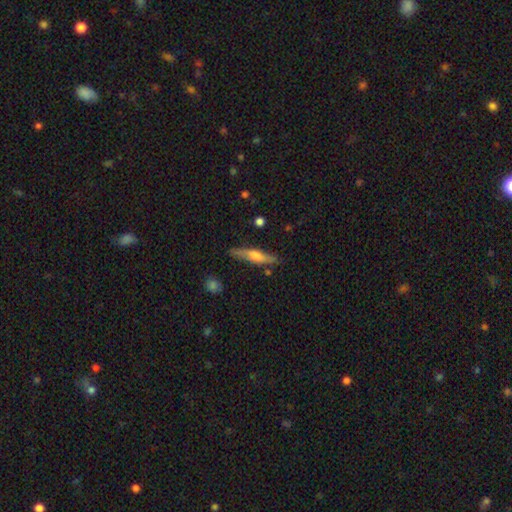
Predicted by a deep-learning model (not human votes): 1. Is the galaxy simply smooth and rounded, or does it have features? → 49% smooth, 45% featured or disk, 6% star or artifact.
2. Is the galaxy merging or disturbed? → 81% none, 13% minor disturbance, 3% major disturbance, 2% merger.